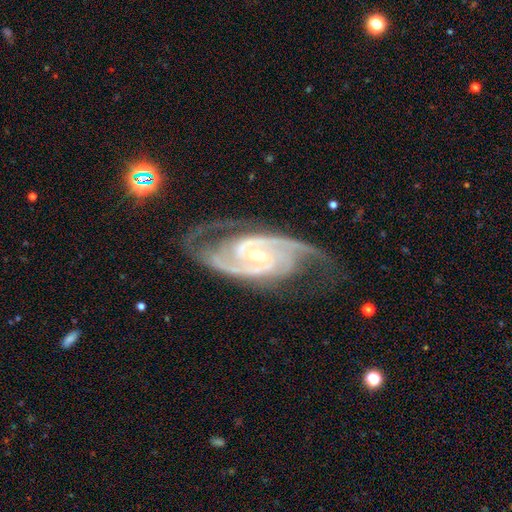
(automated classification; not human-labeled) smooth-or-featured: featured or disk: 93% | star or artifact: 4% | smooth: 3%
  disk-edge-on: no: 96% | yes: 4%
    bar: no: 38% (tied) | weak: 38% (tied) | strong: 24%
    has-spiral-arms: yes: 98% | no: 2%
      spiral-winding: medium: 47% | tight: 43% | loose: 9%
      spiral-arm-count: 2: 76% | 3: 10% | can't tell: 5% | 4: 3% | 1: 3% | more than 4: 3%
    bulge-size: small: 59% | moderate: 38% | large: 1% | none: 1% | dominant: 1%
  merging: none: 68% | minor disturbance: 19% | major disturbance: 12% | merger: 2%